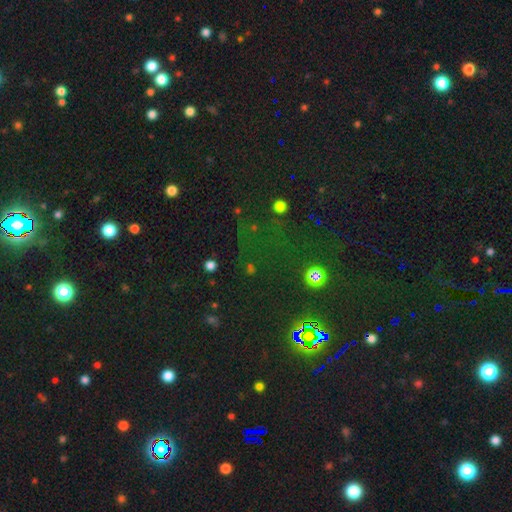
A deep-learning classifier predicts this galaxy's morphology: Smooth or featured? Predicted: star or artifact (p=0.70).